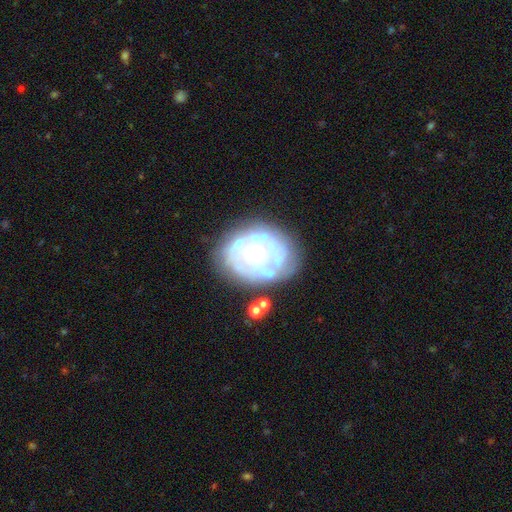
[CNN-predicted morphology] This appears to be a featured or disk galaxy (73%) with no bar (88%), no spiral arms (61%) and a small central bulge (36%). Merging: none (61%).